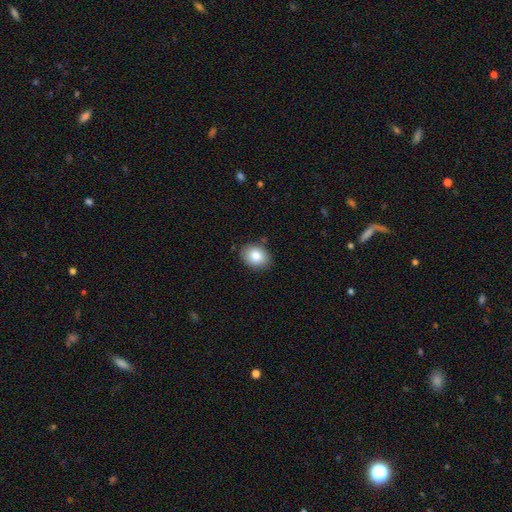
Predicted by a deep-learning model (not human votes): smooth_or_featured: smooth (p=0.84) [alt: star or artifact p=0.08]
how_rounded: in between (p=0.56) [alt: round p=0.43]
merging: none (p=0.85) [alt: minor disturbance p=0.11]